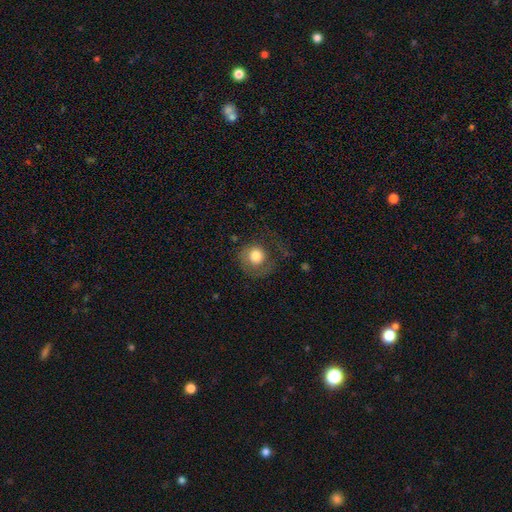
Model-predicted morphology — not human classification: Smooth or featured: smooth — 73% (featured or disk — 19%)
How rounded: round — 89% (in between — 10%)
Merging: none — 52% (major disturbance — 27%)